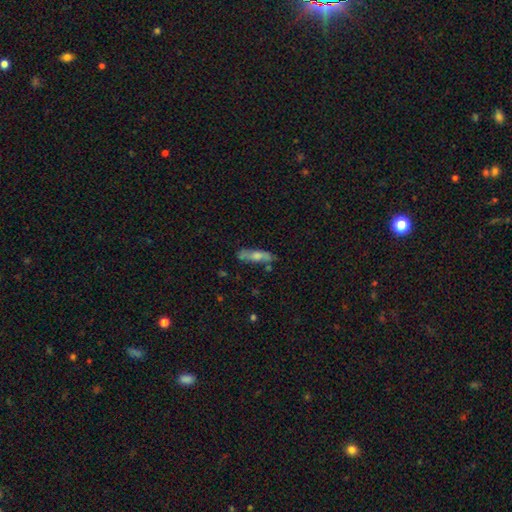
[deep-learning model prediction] Morphology: type=smooth (51%); roundness=cigar-shaped (71%); merging=none (66%).